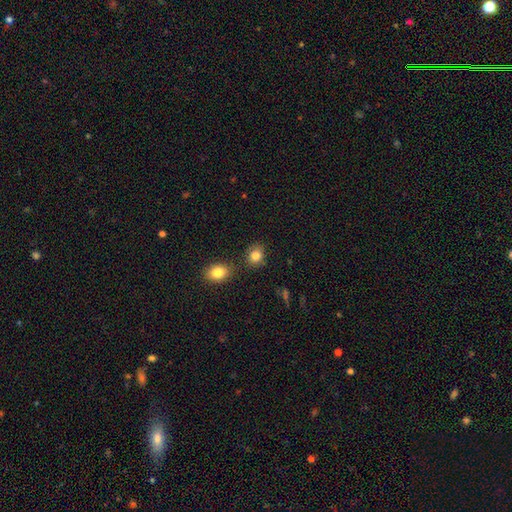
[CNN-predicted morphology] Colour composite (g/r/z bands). It shows a smooth galaxy with no disk features (84%) that is round (62%). Merging: none (76%).